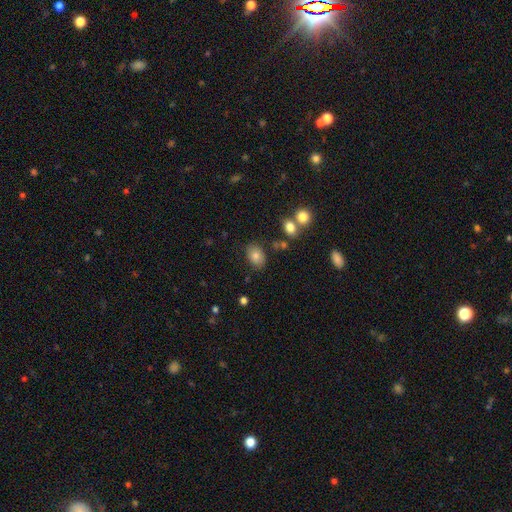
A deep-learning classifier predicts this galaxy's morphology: This is clearly a smooth galaxy (81%). How rounded: likely in between (76%). Merging: likely none (78%).